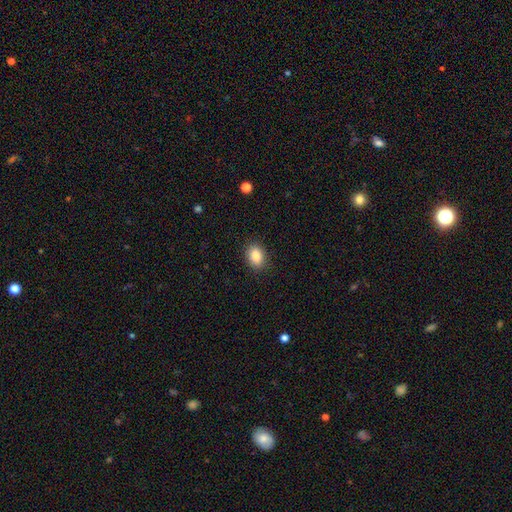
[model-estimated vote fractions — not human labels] smooth 86%, star or artifact 9%, featured or disk 5%. Down the decision tree: how rounded — in between (74%); merging — none (88%).